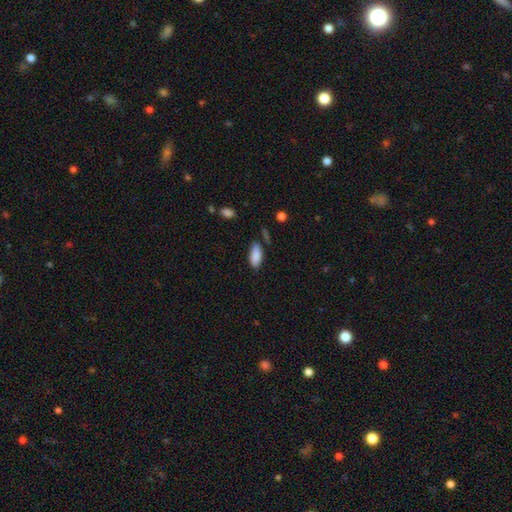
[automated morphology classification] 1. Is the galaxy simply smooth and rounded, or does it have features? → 87% smooth, 7% star or artifact, 6% featured or disk.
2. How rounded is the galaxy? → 88% in between, 11% cigar-shaped, 2% round.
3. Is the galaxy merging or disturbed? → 72% none, 21% minor disturbance, 4% major disturbance, 3% merger.